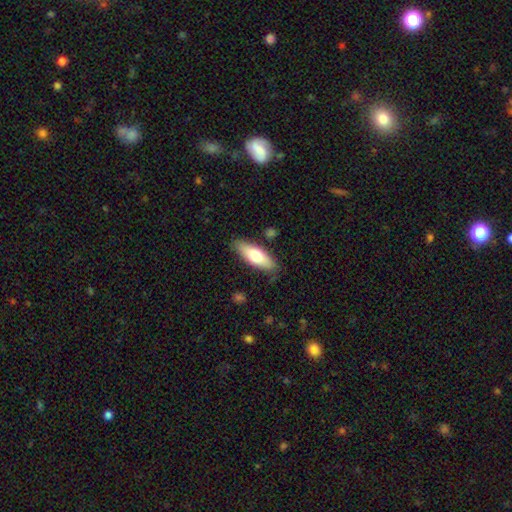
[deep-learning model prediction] Morphology: type=smooth (67%); roundness=in between (60%); merging=none (84%).